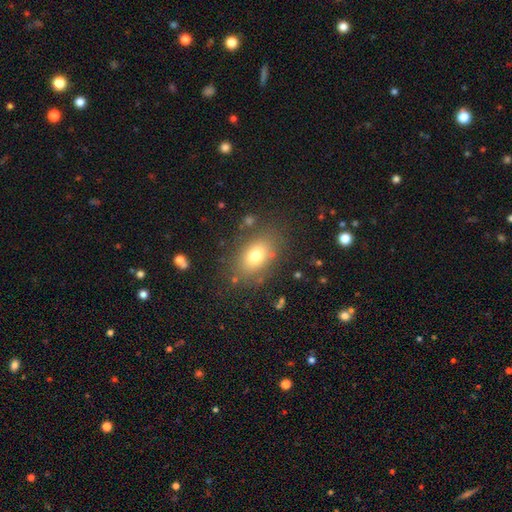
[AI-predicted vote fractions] Overall: smooth (74%). How rounded: in between (80%). Merging: none (79%).